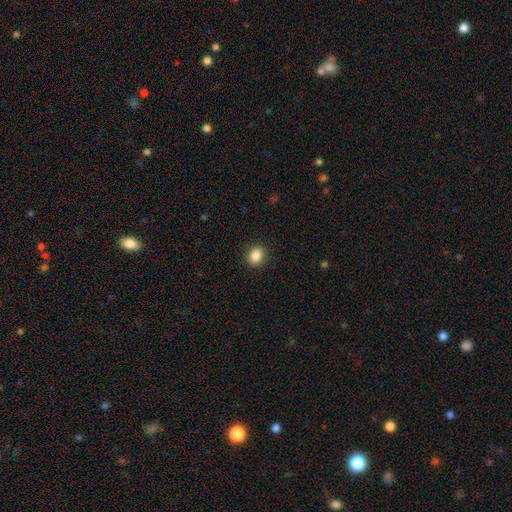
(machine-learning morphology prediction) Smooth or featured? smooth (86%)
How rounded? round (64%)
Merging? none (91%)